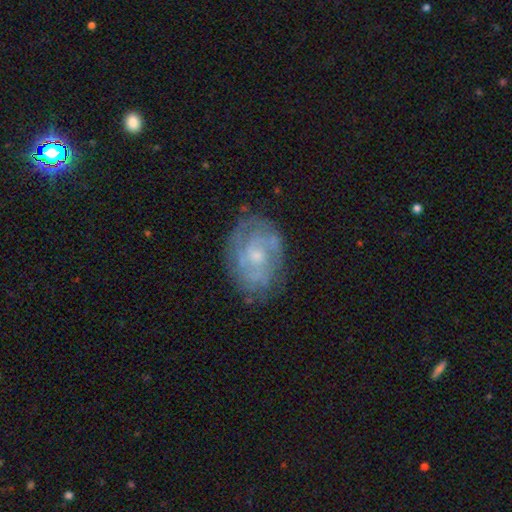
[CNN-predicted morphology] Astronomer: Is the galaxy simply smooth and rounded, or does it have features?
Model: featured or disk — 76%.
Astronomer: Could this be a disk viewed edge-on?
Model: no — 97%.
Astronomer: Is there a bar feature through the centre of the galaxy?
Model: no — 72%.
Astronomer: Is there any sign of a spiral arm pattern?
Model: yes — 84%.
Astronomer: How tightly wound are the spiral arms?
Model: tight — 59%.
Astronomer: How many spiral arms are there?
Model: can't tell — 41% (runner-up: 2, 33%).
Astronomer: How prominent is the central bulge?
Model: small — 57% (runner-up: moderate, 36%).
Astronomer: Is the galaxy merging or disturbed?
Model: none — 73%.